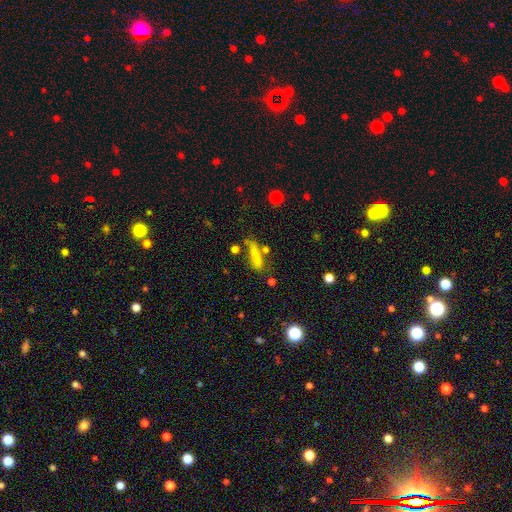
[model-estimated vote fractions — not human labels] The model was most divided on "merging": none: 57%, minor disturbance: 22%, merger: 12%, major disturbance: 10%. More confident: smooth or featured — smooth (75%); how rounded — cigar-shaped (69%).